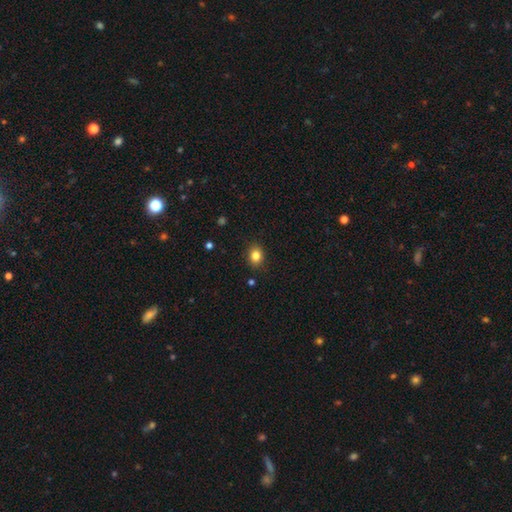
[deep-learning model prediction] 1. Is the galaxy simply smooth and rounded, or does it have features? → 83% smooth, 11% star or artifact, 6% featured or disk.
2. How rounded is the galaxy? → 51% round, 48% in between, 1% cigar-shaped.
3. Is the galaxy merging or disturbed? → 87% none, 9% minor disturbance, 2% major disturbance, 1% merger.